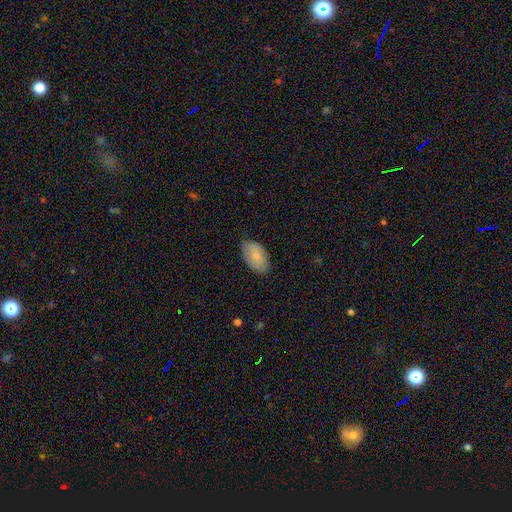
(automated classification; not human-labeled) A smooth galaxy with no disk features (78%) that is in between round and cigar-shaped (95%). Merging: none (81%).